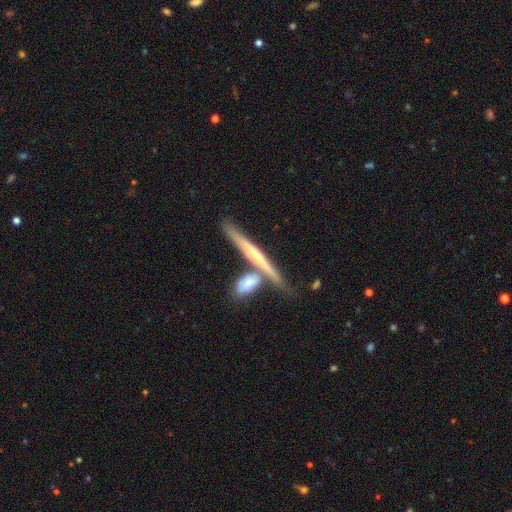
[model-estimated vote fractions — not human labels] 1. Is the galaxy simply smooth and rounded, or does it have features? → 58% featured or disk, 35% smooth, 6% star or artifact.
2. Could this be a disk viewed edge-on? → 93% yes, 7% no.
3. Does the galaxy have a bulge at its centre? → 49% none, 43% rounded, 8% boxy.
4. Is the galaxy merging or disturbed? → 56% none, 29% merger, 12% minor disturbance, 4% major disturbance.